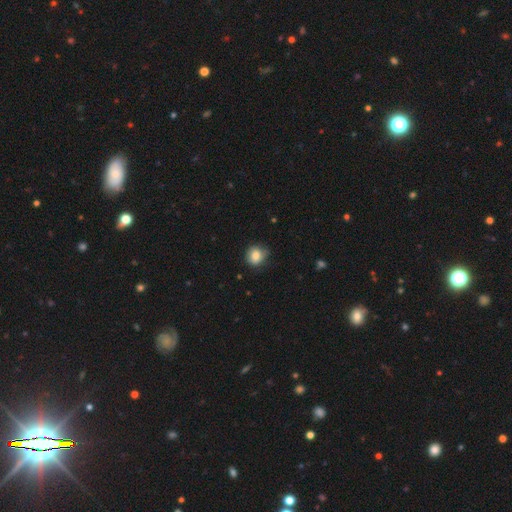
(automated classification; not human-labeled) smooth 81%, featured or disk 10%, star or artifact 9%. Down the decision tree: how rounded — round (78%); merging — none (71%).